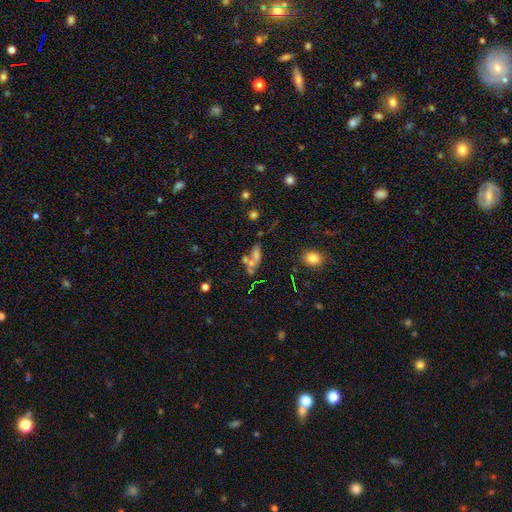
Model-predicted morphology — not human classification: Smooth or featured? smooth (42%)
Merging? merger (37%)